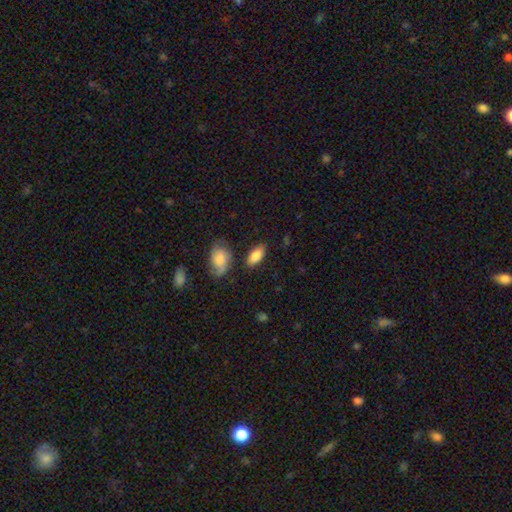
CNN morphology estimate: Smooth or featured?
  - smooth: 83% *
  - featured or disk: 10%
  - star or artifact: 6%
How rounded?
  - in between: 91% *
  - cigar-shaped: 6%
  - round: 3%
Merging?
  - none: 79% *
  - minor disturbance: 13%
  - merger: 4%
  - major disturbance: 3%